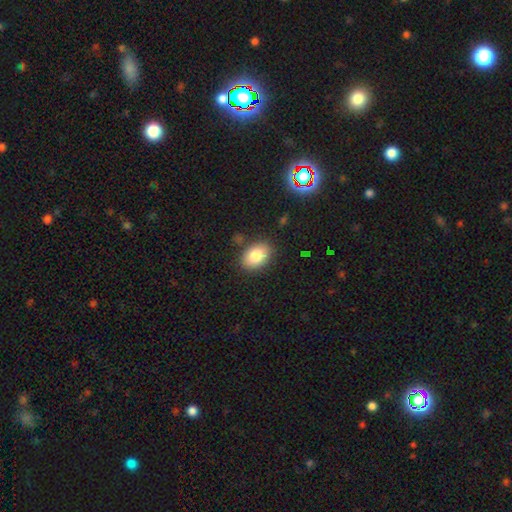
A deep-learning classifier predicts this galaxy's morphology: The model was most divided on "how rounded": in between: 82%, round: 17%, cigar-shaped: 1%. More confident: merging — none (83%); smooth or featured — smooth (81%).